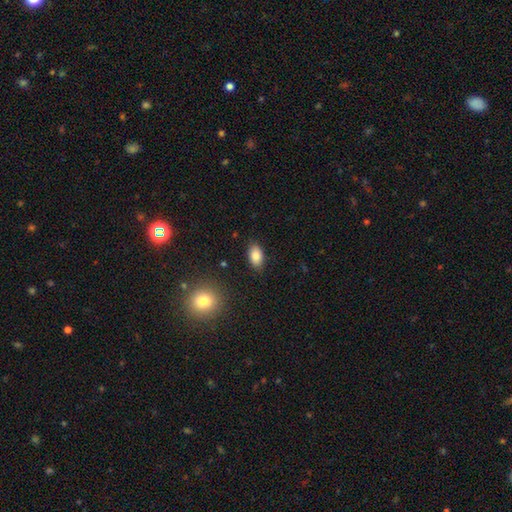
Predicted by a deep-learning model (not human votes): Smooth or featured?
  - smooth: 85% *
  - star or artifact: 9%
  - featured or disk: 7%
How rounded?
  - in between: 91% *
  - round: 7%
  - cigar-shaped: 2%
Merging?
  - none: 87% *
  - minor disturbance: 10%
  - major disturbance: 2%
  - merger: 1%